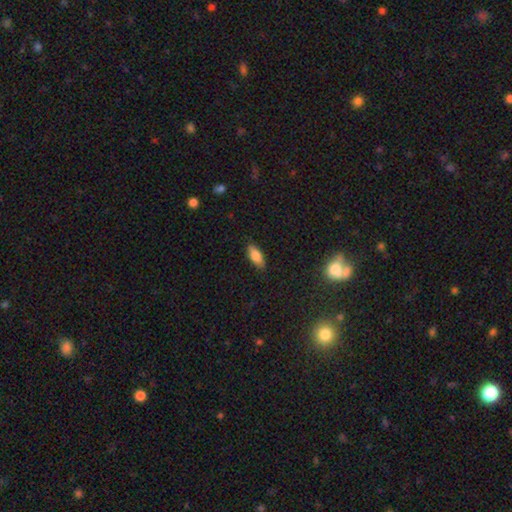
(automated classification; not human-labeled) smooth_or_featured: smooth (p=0.80) [alt: featured or disk p=0.13]
how_rounded: in between (p=0.78) [alt: cigar-shaped p=0.19]
merging: none (p=0.86) [alt: minor disturbance p=0.10]